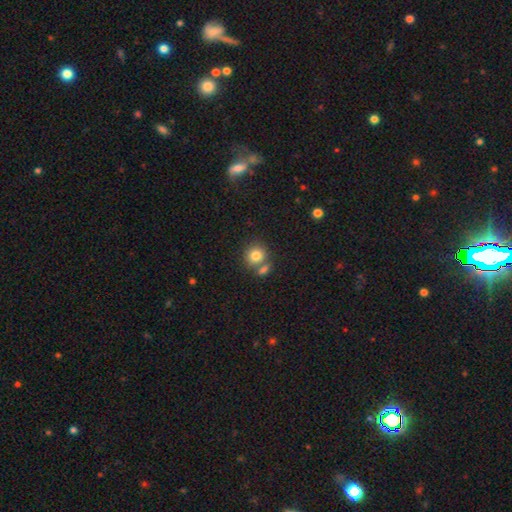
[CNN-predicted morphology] smooth 81%, star or artifact 10%, featured or disk 9%. Down the decision tree: how rounded — round (84%); merging — none (59%).